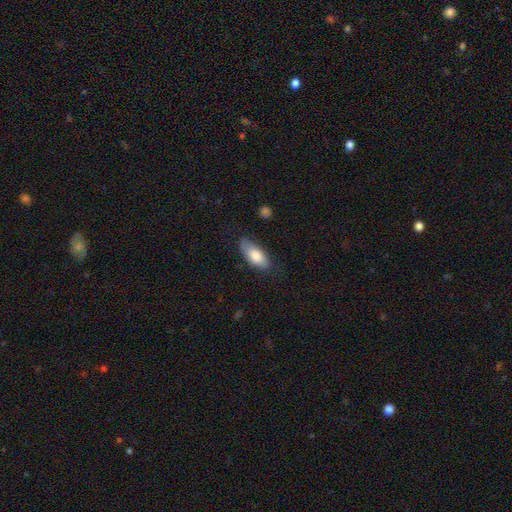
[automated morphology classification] Smooth or featured? Predicted: smooth (p=0.79). How rounded? Predicted: in between (p=0.86). Merging? Predicted: none (p=0.70).